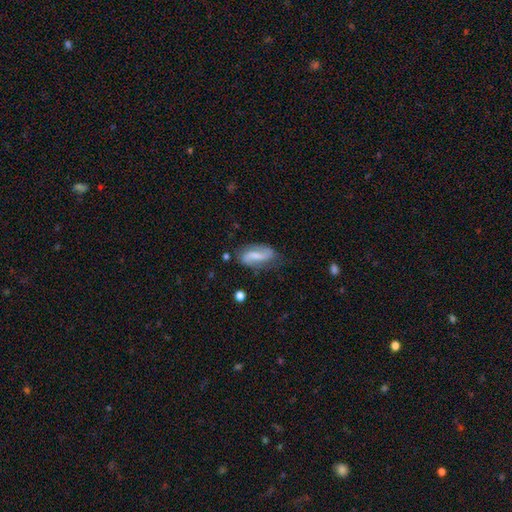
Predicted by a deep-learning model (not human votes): This appears to be a featured or disk galaxy (59%) with a weak bar (43%), spiral arms (89%) and a small central bulge (42%). Merging: none (69%).